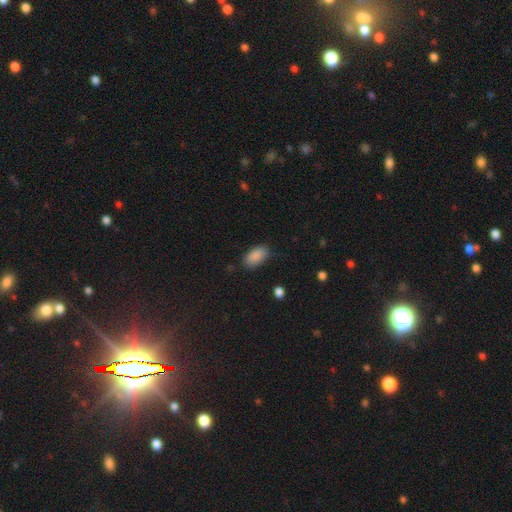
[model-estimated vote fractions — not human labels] Smooth or featured: smooth — 89% (star or artifact — 8%)
How rounded: in between — 94% (round — 4%)
Merging: none — 82% (minor disturbance — 14%)